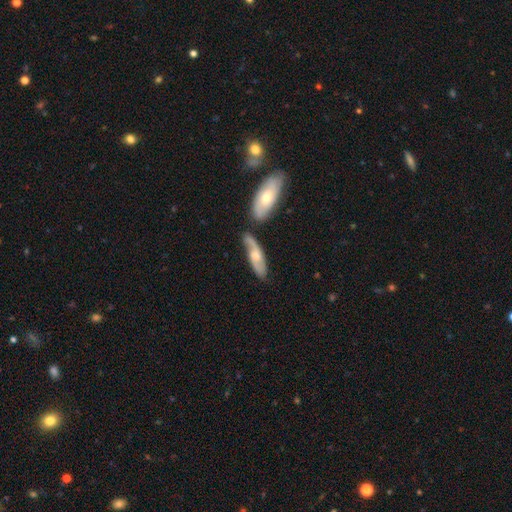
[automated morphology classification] smooth-or-featured: featured or disk: 59% | smooth: 35% | star or artifact: 6%
  disk-edge-on: no: 75% | yes: 25%
  merging: none: 56% | minor disturbance: 19% | merger: 18% | major disturbance: 6%